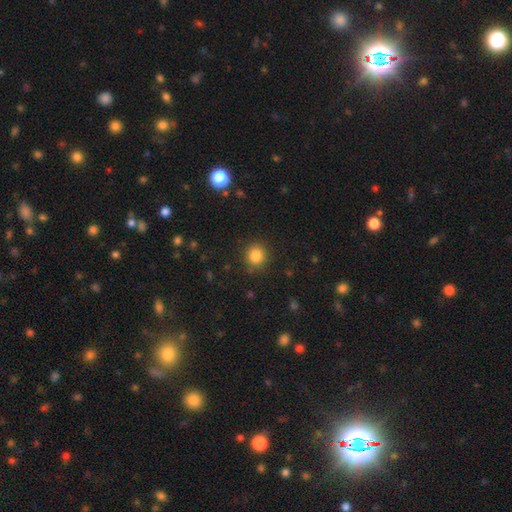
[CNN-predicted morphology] Smooth or featured? smooth (84%)
How rounded? round (89%)
Merging? none (87%)